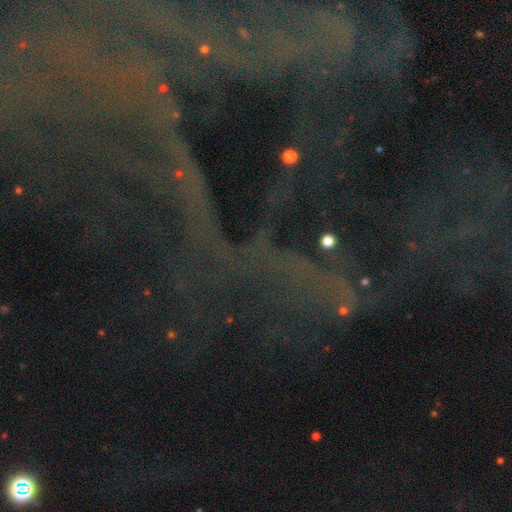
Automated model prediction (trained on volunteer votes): This appears to be a star or artifact, not a galaxy (77%).